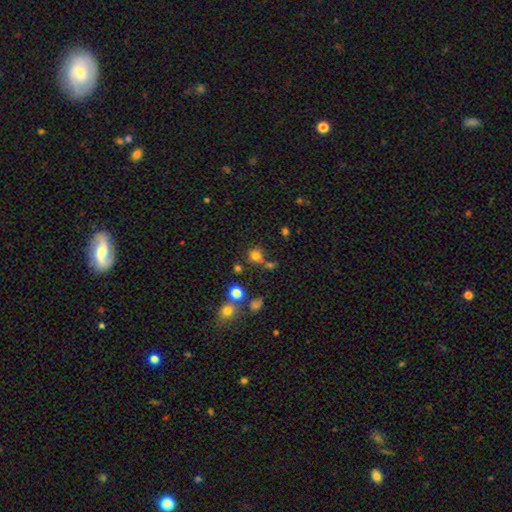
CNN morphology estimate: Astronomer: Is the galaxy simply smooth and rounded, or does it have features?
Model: smooth — 74%.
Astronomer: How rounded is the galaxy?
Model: round — 90%.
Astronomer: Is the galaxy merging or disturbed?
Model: none — 69%.